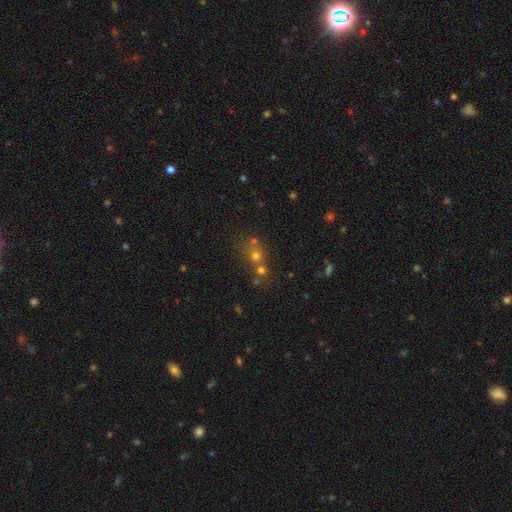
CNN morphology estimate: A smooth galaxy with no disk features (53%) that is round (83%).

Vote fractions:
- Smooth or featured? smooth: 53% / star or artifact: 31% / featured or disk: 15%
- How rounded? round: 83% / in between: 16% / cigar-shaped: 1%
- Merging? none: 49% / merger: 40% / minor disturbance: 7% / major disturbance: 4%